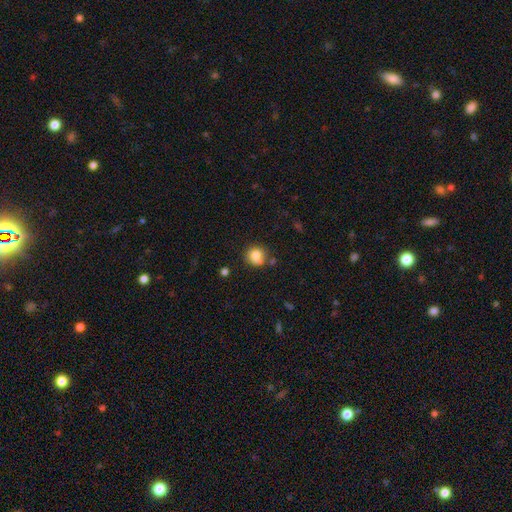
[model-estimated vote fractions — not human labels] Morphology: type=smooth (79%); roundness=round (86%); merging=none (63%).